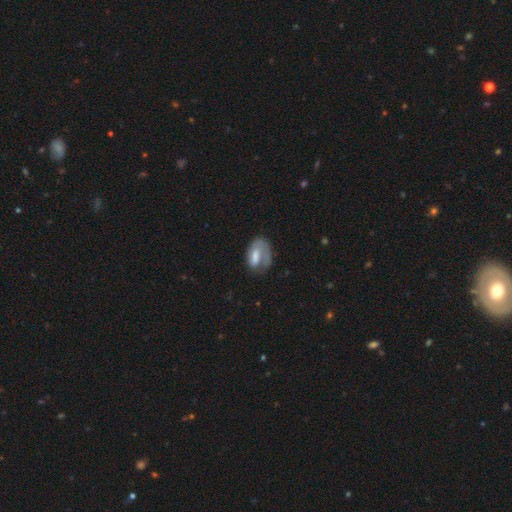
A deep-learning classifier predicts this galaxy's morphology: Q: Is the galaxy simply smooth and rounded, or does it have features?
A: smooth — 52%.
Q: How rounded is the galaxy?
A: in between — 85%.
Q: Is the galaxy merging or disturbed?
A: none — 38%.